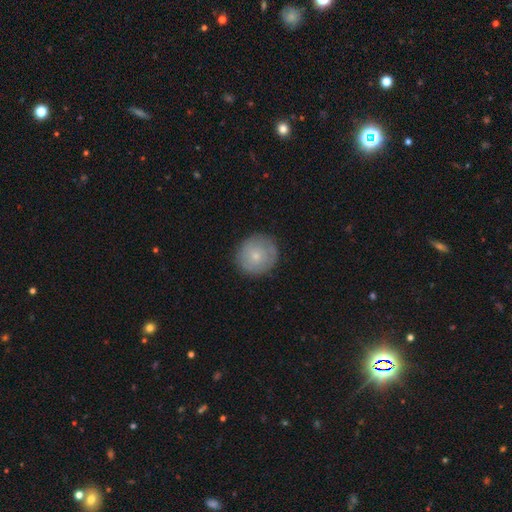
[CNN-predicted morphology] Overall: smooth (68%). How rounded: round (91%). Merging: none (85%).